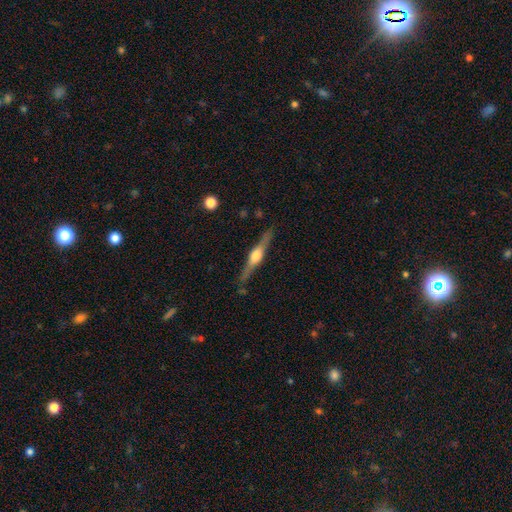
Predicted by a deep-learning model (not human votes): This appears to be a featured or disk galaxy (76%) viewed edge-on (97%) with a rounded central bulge (88%). Merging: none (86%).